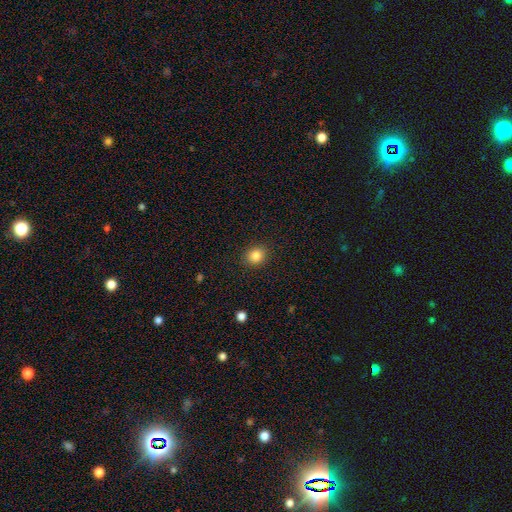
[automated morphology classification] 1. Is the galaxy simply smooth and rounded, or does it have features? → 84% smooth, 11% star or artifact, 5% featured or disk.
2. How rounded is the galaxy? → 71% round, 28% in between, 1% cigar-shaped.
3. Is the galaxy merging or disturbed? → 90% none, 7% minor disturbance, 2% major disturbance, 1% merger.